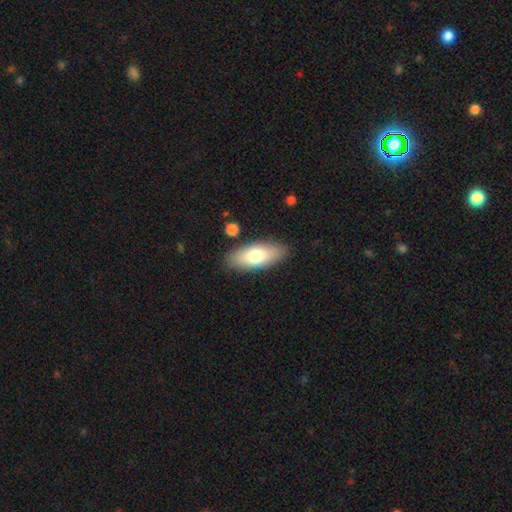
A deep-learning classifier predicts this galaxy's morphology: A smooth galaxy with no disk features (75%) that is in between round and cigar-shaped (83%).

Vote fractions:
- Smooth or featured? smooth: 75% / featured or disk: 19% / star or artifact: 6%
- How rounded? in between: 83% / cigar-shaped: 15% / round: 2%
- Merging? none: 85% / minor disturbance: 10% / major disturbance: 3% / merger: 2%